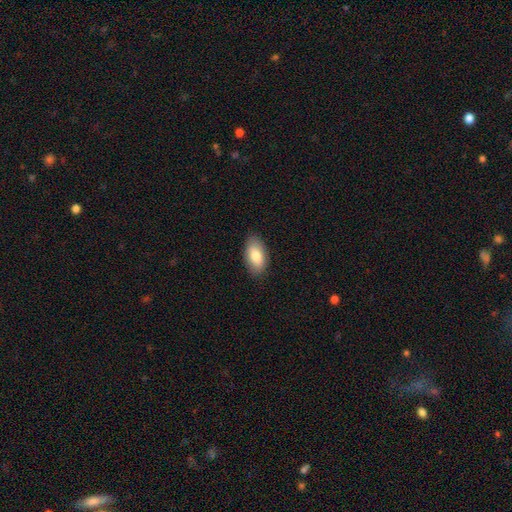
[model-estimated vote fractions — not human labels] Smooth or featured? Predicted: smooth (p=0.82). How rounded? Predicted: in between (p=0.94). Merging? Predicted: none (p=0.87).